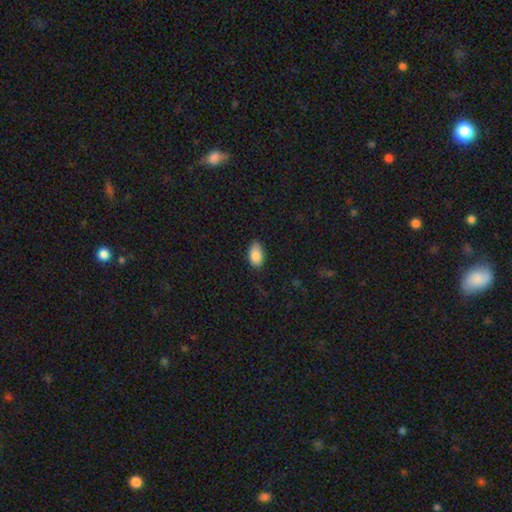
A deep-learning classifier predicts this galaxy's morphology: smooth-or-featured: smooth: 88% | star or artifact: 7% | featured or disk: 5%
  how-rounded: in between: 93% | round: 5% | cigar-shaped: 2%
  merging: none: 78% | minor disturbance: 18% | major disturbance: 3% | merger: 1%